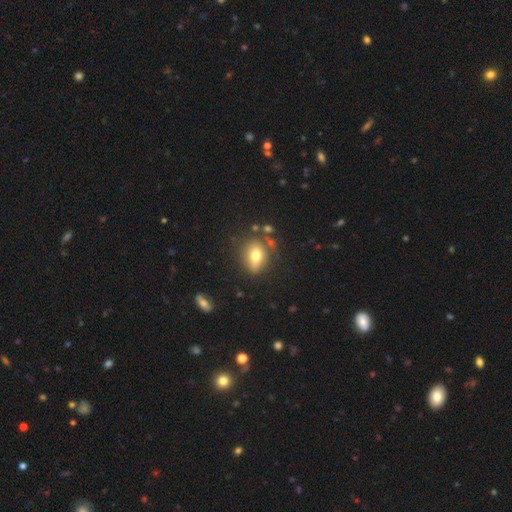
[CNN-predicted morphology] A smooth galaxy with no disk features (70%) that is in between round and cigar-shaped (62%).

Vote fractions:
- Smooth or featured? smooth: 70% / featured or disk: 19% / star or artifact: 11%
- How rounded? in between: 62% / round: 34% / cigar-shaped: 3%
- Merging? none: 70% / minor disturbance: 18% / merger: 7% / major disturbance: 6%